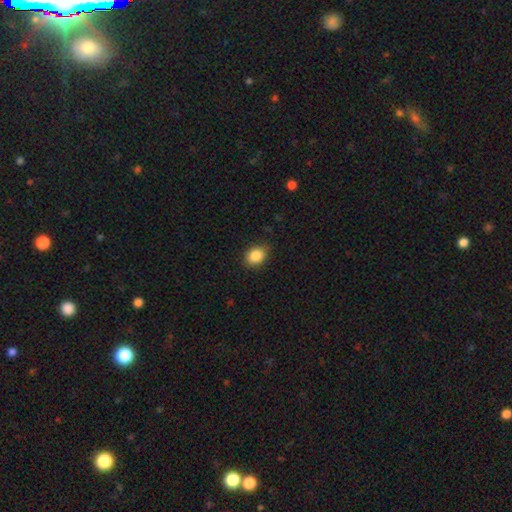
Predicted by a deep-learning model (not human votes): This appears to be a smooth galaxy with no disk features (86%) that is in between round and cigar-shaped (60%). Merging: none (82%).